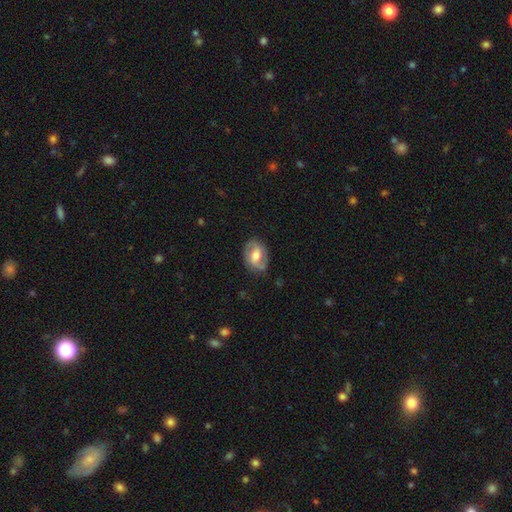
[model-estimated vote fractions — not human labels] The model was most divided on "bar": weak: 47%, strong: 27%, no: 26%. Remaining: edge-on disk — no (96%); spiral arm count — 2 (87%); spiral arms — yes (84%); merging — none (81%); smooth or featured — featured or disk (70%); bulge size — moderate (64%); spiral winding — medium (48%).